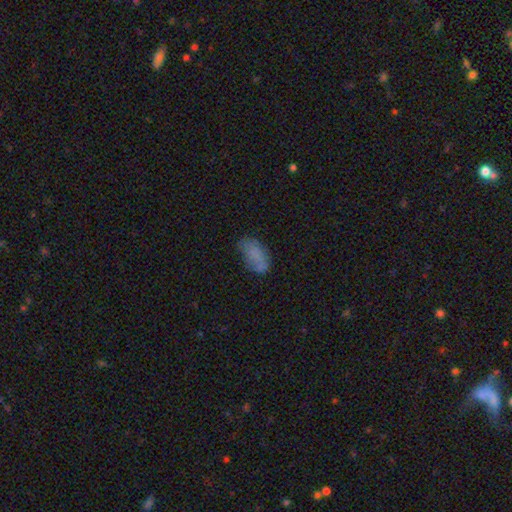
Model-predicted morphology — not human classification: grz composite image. It shows a smooth galaxy with no disk features (74%) that is in between round and cigar-shaped (92%). Merging: none (51%).